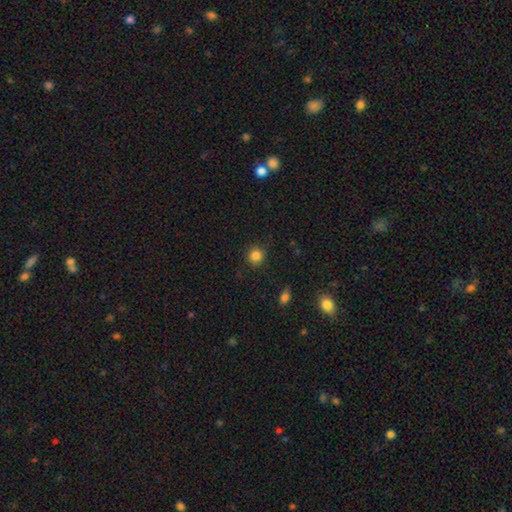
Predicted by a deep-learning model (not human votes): Morphology: type=smooth (84%); roundness=round (92%); merging=none (89%).